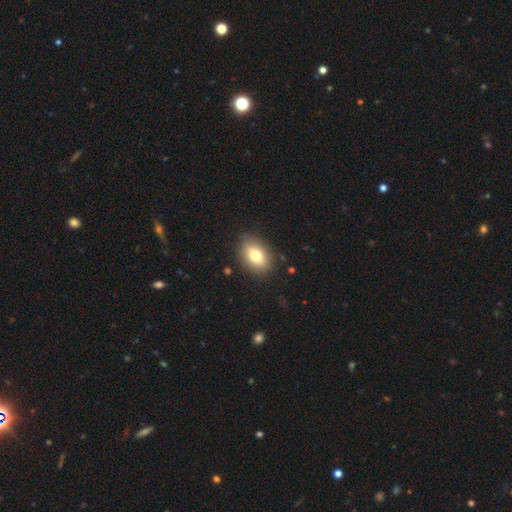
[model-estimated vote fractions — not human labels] The model was most divided on "smooth or featured": smooth: 76%, featured or disk: 15%, star or artifact: 9%. More confident: merging — none (85%); how rounded — in between (80%).